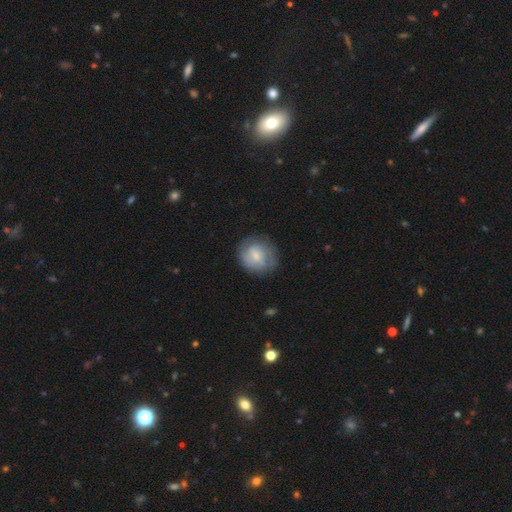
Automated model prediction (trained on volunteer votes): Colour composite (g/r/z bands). It shows a featured or disk galaxy (50%). Merging: none (73%).